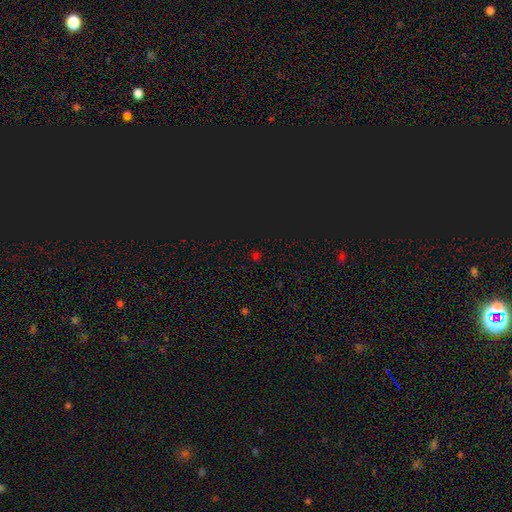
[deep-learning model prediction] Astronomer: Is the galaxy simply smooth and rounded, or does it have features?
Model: star or artifact — 64%.